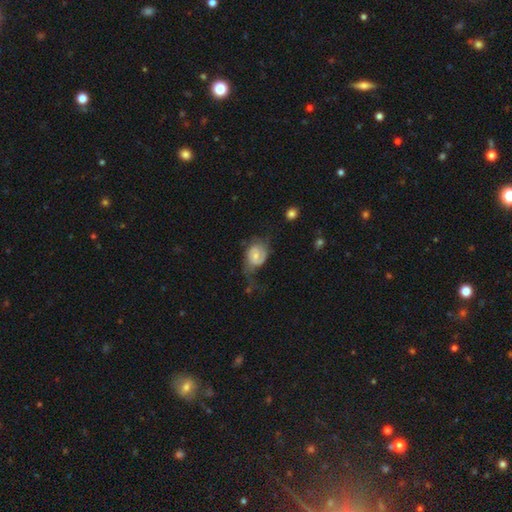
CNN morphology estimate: A featured or disk galaxy (57%) with no bar (65%), spiral arms (81%) and a small central bulge (50%).

Vote fractions:
- Smooth or featured? featured or disk: 57% / smooth: 35% / star or artifact: 7%
- Edge-on disk? no: 97% / yes: 3%
- Bar? no: 65% / weak: 29% / strong: 5%
- Spiral arms? yes: 81% / no: 19%
- Bulge size? small: 50% / moderate: 39% / none: 5% / large: 4% / dominant: 2%
- Merging? major disturbance: 40% / none: 31% / minor disturbance: 26% / merger: 3%